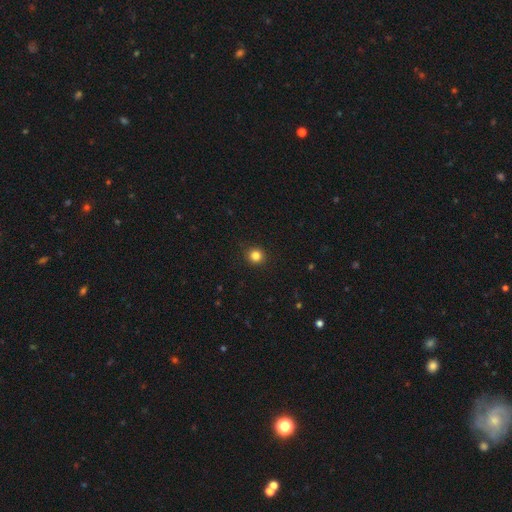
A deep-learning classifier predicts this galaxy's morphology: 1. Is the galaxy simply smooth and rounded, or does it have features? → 83% smooth, 12% star or artifact, 4% featured or disk.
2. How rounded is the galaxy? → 93% round, 7% in between, 1% cigar-shaped.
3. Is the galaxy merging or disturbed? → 91% none, 6% minor disturbance, 2% major disturbance, 1% merger.